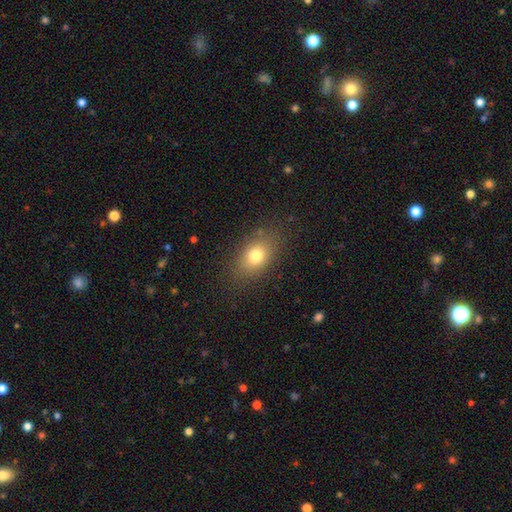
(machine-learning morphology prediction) type=smooth (78%); roundness=in between (79%); merging=none (83%).